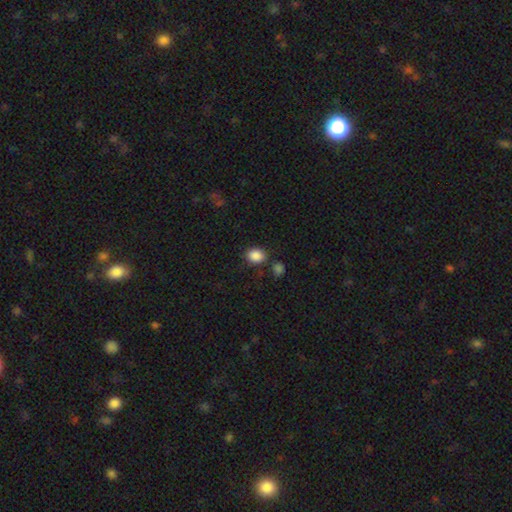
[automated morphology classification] Smooth or featured? smooth (87%)
How rounded? in between (50%)
Merging? none (77%)